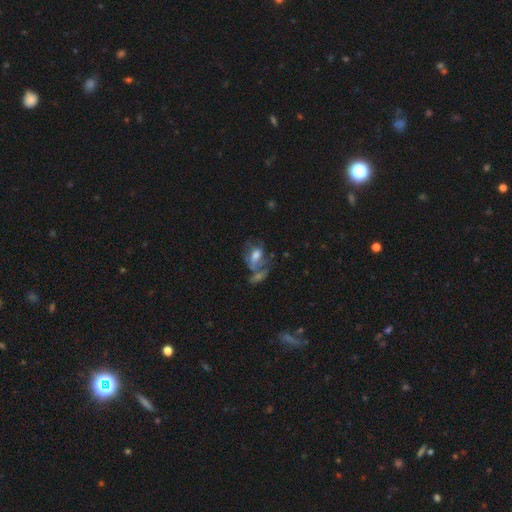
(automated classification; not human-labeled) The model was most divided on "merging": merger: 30%, major disturbance: 27%, none: 27%, minor disturbance: 16%. Remaining: edge-on disk — no (95%); spiral arms — yes (58%); bar — no (58%); smooth or featured — featured or disk (54%); bulge size — moderate (46%).